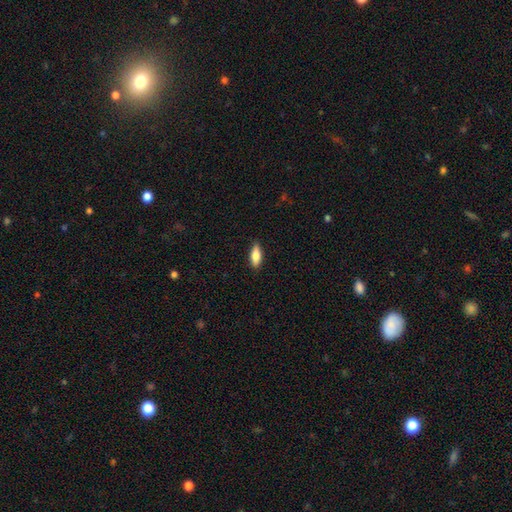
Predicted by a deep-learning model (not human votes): A smooth galaxy with no disk features (76%) that is in between round and cigar-shaped (72%).

Vote fractions:
- Smooth or featured? smooth: 76% / featured or disk: 18% / star or artifact: 6%
- How rounded? in between: 72% / cigar-shaped: 26% / round: 2%
- Merging? none: 88% / minor disturbance: 9% / major disturbance: 2% / merger: 1%